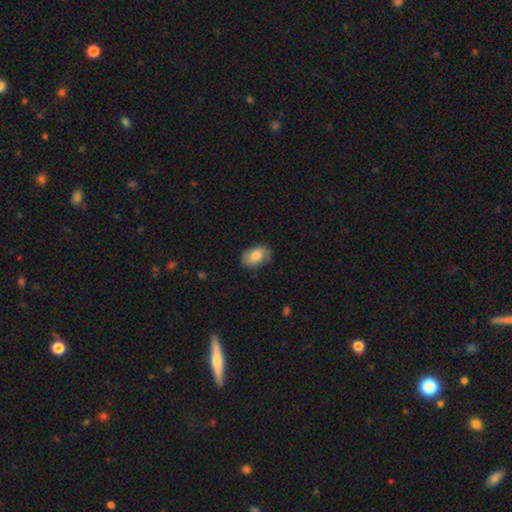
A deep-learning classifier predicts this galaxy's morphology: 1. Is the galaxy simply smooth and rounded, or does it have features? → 76% smooth, 17% featured or disk, 7% star or artifact.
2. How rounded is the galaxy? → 89% in between, 10% round, 1% cigar-shaped.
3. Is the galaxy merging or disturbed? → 76% none, 18% minor disturbance, 4% major disturbance, 1% merger.